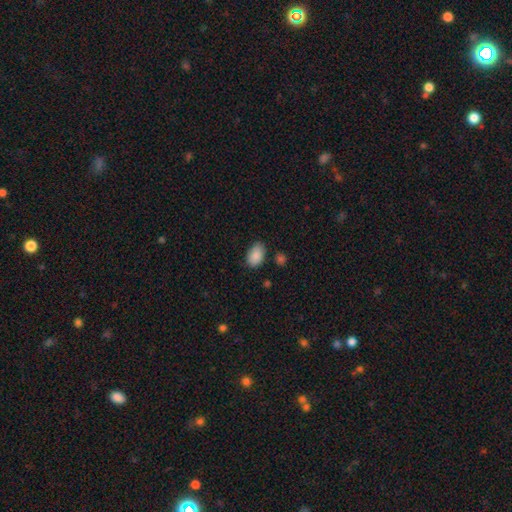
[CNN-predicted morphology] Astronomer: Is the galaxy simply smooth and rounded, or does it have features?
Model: smooth — 89%.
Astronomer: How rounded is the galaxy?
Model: in between — 90%.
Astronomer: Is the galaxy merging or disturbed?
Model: none — 74%.